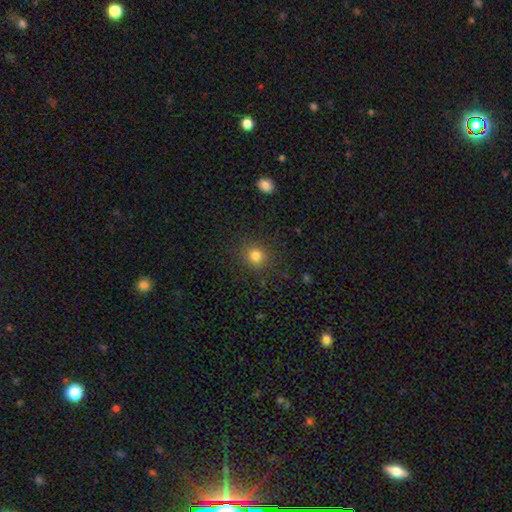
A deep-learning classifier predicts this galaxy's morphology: Overall: smooth (80%). How rounded: round (86%). Merging: none (87%).